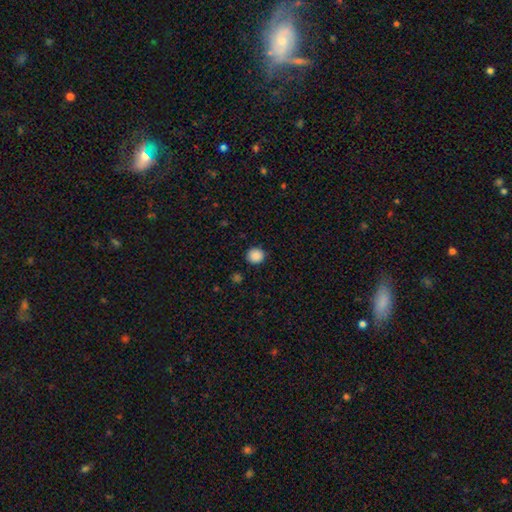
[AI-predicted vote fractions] smooth-or-featured: smooth: 88% | star or artifact: 10% | featured or disk: 2%
  how-rounded: round: 91% | in between: 9% | cigar-shaped: 1%
  merging: none: 90% | minor disturbance: 7% | major disturbance: 2% | merger: 1%